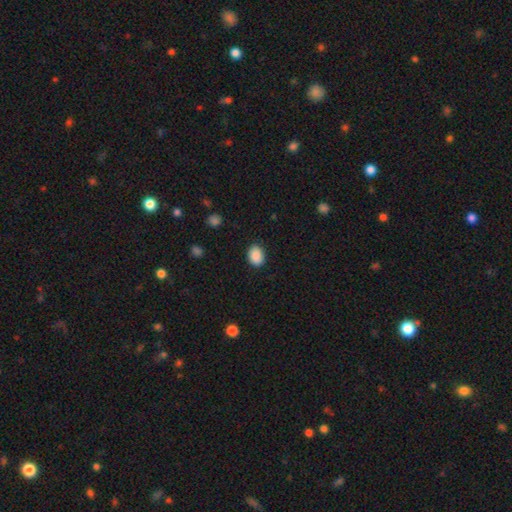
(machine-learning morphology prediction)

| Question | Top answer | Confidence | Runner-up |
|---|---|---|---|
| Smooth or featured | smooth | 90% | star or artifact (7%) |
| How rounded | in between | 69% | round (30%) |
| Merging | none | 87% | minor disturbance (9%) |